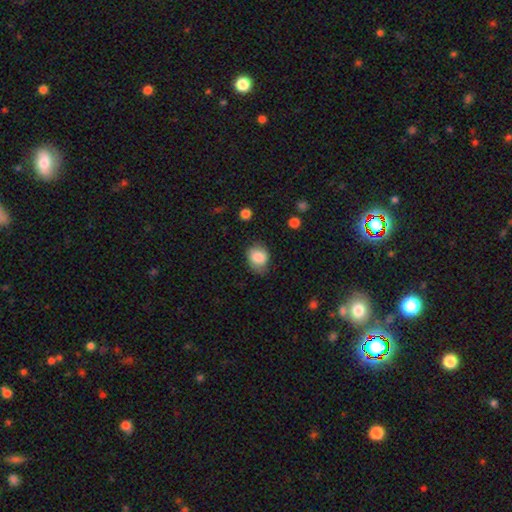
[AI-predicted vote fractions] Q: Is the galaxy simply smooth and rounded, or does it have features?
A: smooth — 84%.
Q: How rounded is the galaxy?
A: in between — 50%.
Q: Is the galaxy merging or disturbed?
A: none — 68%.